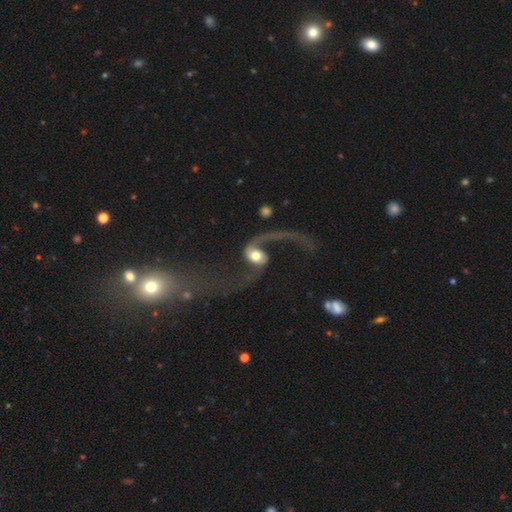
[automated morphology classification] Overall: featured or disk (81%). Edge-on disk: no (96%). Bar: no (55%; weak 29%). Spiral arms: yes (92%). Spiral arm count: 2 (85%). Spiral winding: loose (92%). Bulge size: moderate (52%; large 30%). Merging: none (41%; major disturbance 37%).